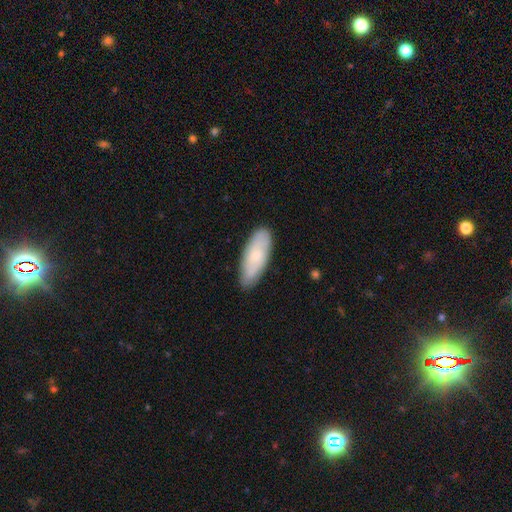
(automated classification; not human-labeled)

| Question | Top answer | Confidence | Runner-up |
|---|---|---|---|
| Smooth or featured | smooth | 67% | featured or disk (27%) |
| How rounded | in between | 73% | cigar-shaped (25%) |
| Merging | none | 82% | minor disturbance (15%) |